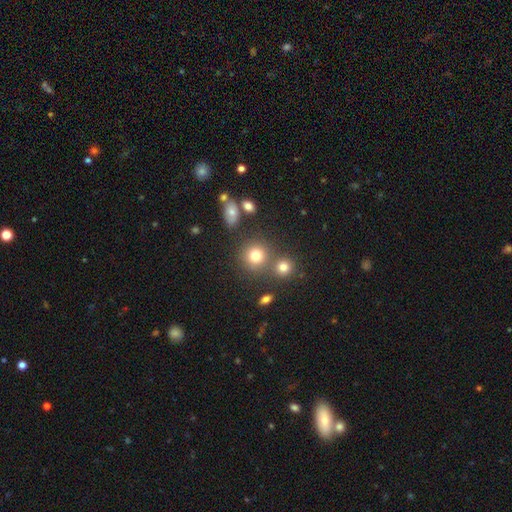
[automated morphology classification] The model was most divided on "merging": none: 70%, merger: 16%, minor disturbance: 10%, major disturbance: 4%. More confident: how rounded — round (87%); smooth or featured — smooth (77%).